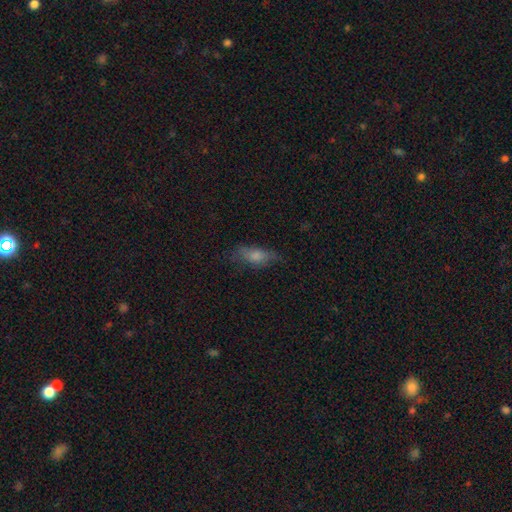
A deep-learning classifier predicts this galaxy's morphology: Q: Smooth or featured?
A: smooth (66%); runner-up: featured or disk (24%)
Q: How rounded?
A: in between (72%); runner-up: cigar-shaped (24%)
Q: Merging?
A: none (60%); runner-up: minor disturbance (26%)